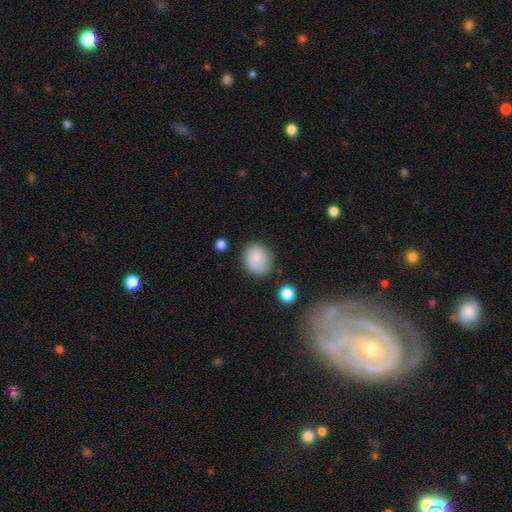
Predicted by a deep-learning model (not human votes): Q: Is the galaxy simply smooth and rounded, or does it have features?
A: smooth — 86%.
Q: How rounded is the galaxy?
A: round — 68%.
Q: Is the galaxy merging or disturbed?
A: none — 80%.